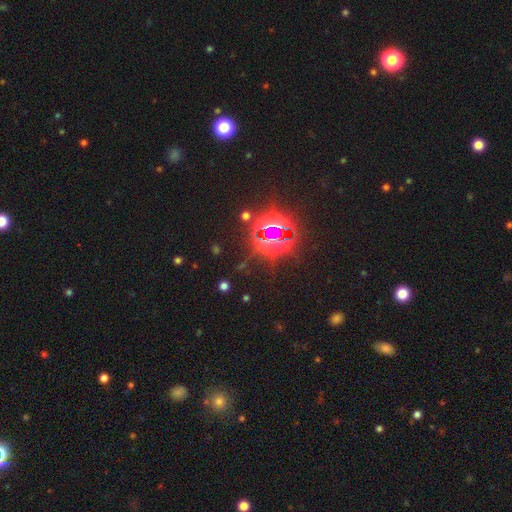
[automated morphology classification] A star or artifact, not a galaxy (84%).

Vote fractions:
- Smooth or featured? star or artifact: 84% / smooth: 9% / featured or disk: 6%